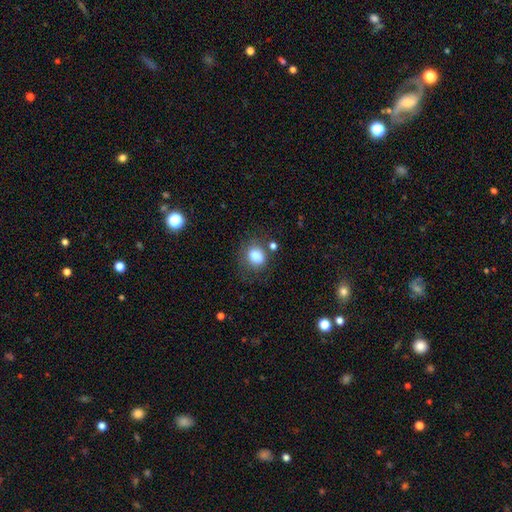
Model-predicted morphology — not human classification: Smooth or featured?
  - smooth: 81% *
  - star or artifact: 10%
  - featured or disk: 8%
How rounded?
  - round: 56% *
  - in between: 43%
  - cigar-shaped: 1%
Merging?
  - none: 61% *
  - minor disturbance: 20%
  - merger: 9%
  - major disturbance: 9%